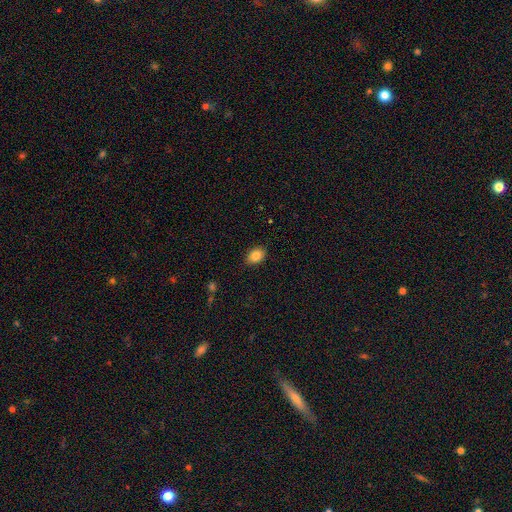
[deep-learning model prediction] A smooth galaxy with no disk features (84%) that is in between round and cigar-shaped (79%). Merging: none (87%).